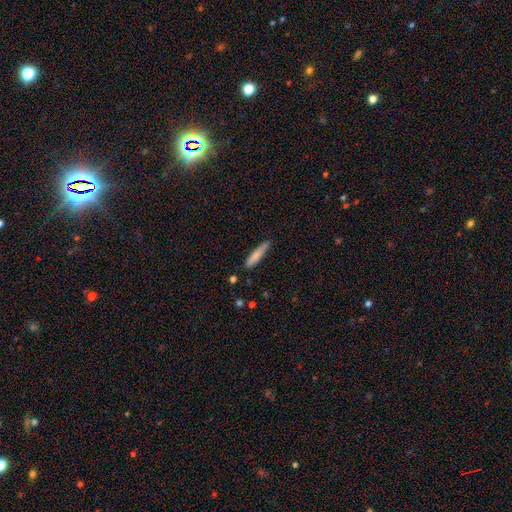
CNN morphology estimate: smooth 78%, featured or disk 16%, star or artifact 6%. Down the decision tree: how rounded — cigar-shaped (89%); merging — none (75%).